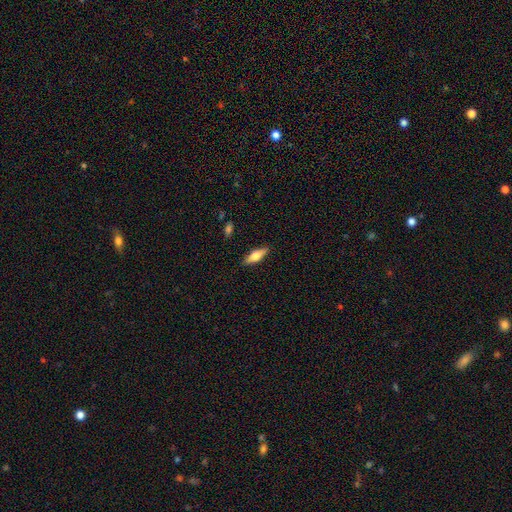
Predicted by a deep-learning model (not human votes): A smooth galaxy with no disk features (55%) that is in between round and cigar-shaped (52%). Merging: none (88%).